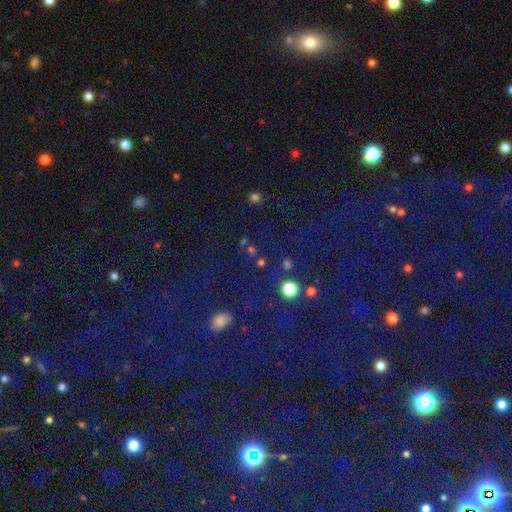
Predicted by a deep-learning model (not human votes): Smooth or featured? Predicted: star or artifact (p=0.75).